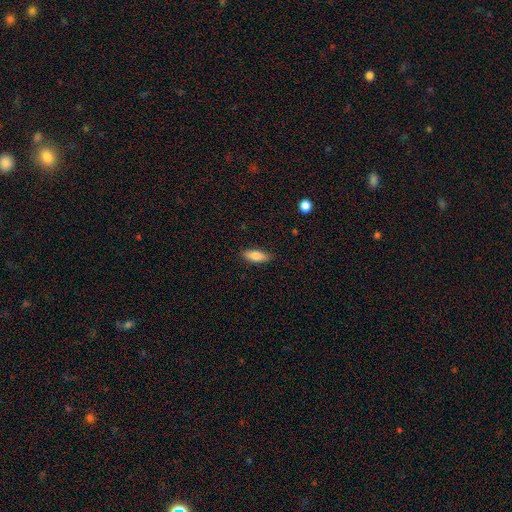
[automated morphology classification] This is likely a smooth galaxy (79%). How rounded: likely in between (66%). Merging: clearly none (86%).